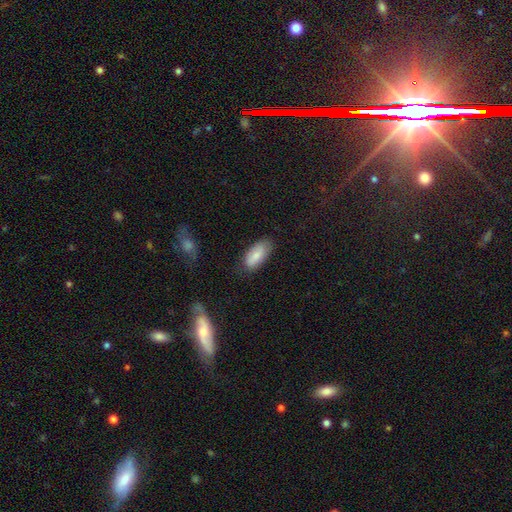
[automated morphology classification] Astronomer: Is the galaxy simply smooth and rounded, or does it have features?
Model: smooth — 83%.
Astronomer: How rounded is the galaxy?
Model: in between — 88%.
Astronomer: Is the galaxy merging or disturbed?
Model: none — 77%.